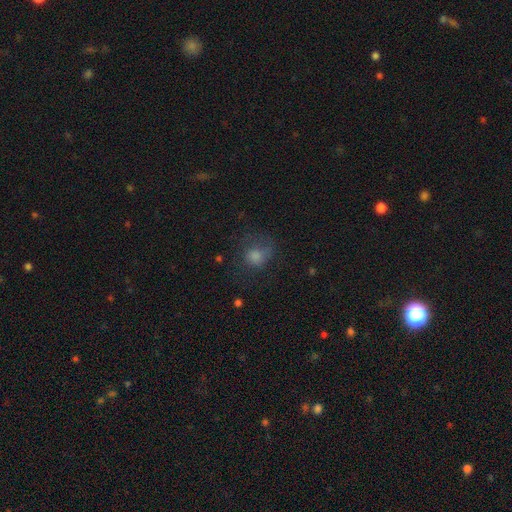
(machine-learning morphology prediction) smooth_or_featured: smooth (p=0.62) [alt: star or artifact p=0.20]
how_rounded: round (p=0.72) [alt: in between p=0.27]
merging: none (p=0.54) [alt: major disturbance p=0.23]